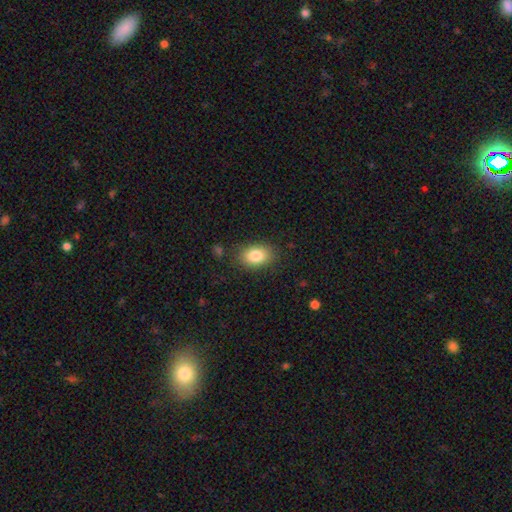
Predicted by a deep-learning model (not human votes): Morphology: type=smooth (83%); roundness=in between (81%); merging=none (83%).